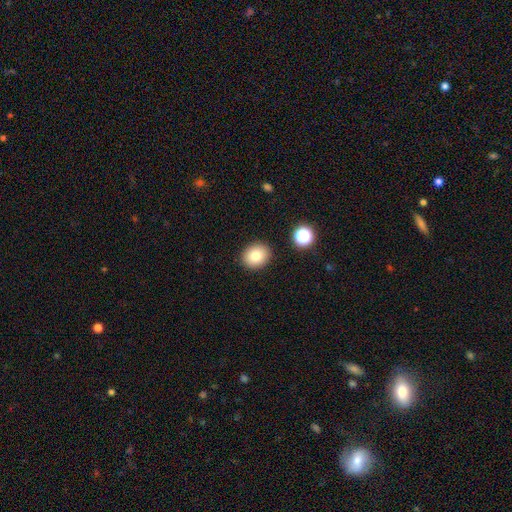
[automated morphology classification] Q: Smooth or featured?
A: smooth (81%); runner-up: star or artifact (11%)
Q: How rounded?
A: round (58%); runner-up: in between (41%)
Q: Merging?
A: none (89%); runner-up: minor disturbance (7%)